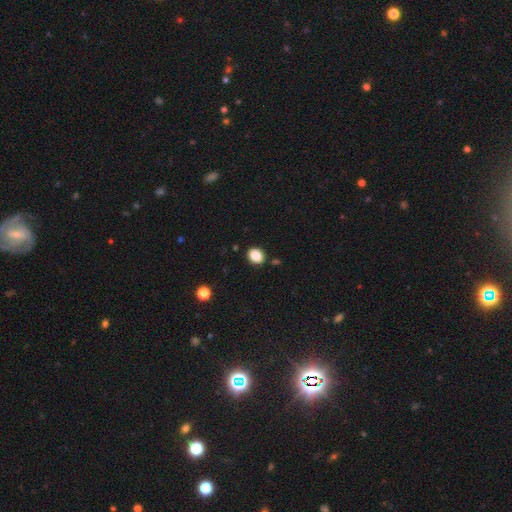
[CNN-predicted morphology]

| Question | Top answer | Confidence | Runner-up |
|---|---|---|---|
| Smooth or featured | smooth | 86% | star or artifact (10%) |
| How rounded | round | 60% | in between (39%) |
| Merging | none | 89% | minor disturbance (7%) |